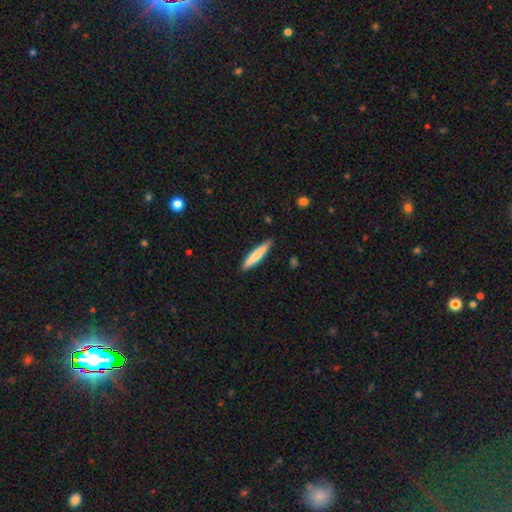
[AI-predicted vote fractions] Q: Smooth or featured?
A: smooth (75%); runner-up: featured or disk (20%)
Q: How rounded?
A: cigar-shaped (91%); runner-up: in between (8%)
Q: Merging?
A: none (89%); runner-up: minor disturbance (9%)